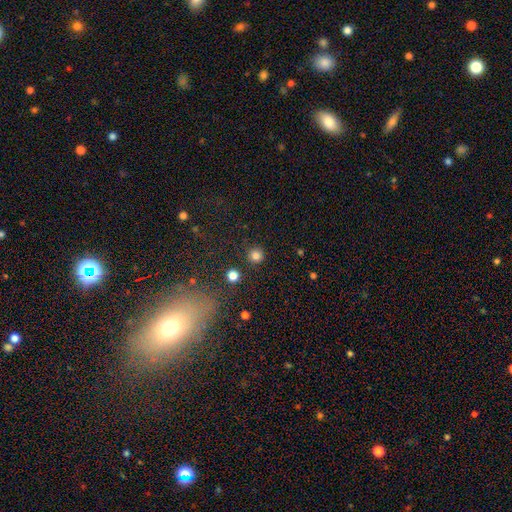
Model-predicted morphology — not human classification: A smooth galaxy with no disk features (82%) that is round (94%). Merging: none (89%).